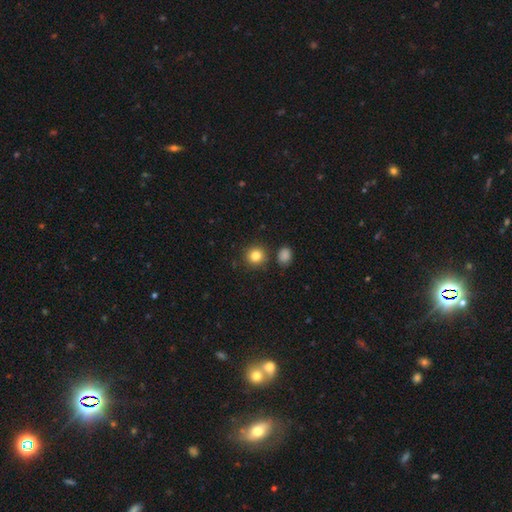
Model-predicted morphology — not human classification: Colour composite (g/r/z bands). It shows a smooth galaxy with no disk features (84%) that is round (90%). Merging: none (85%).